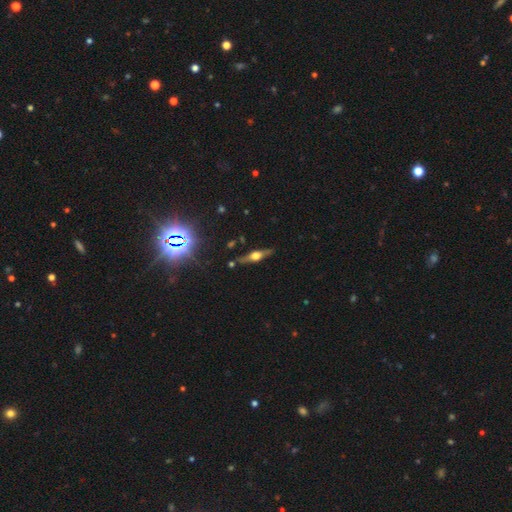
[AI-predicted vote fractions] The model was most divided on "smooth or featured": featured or disk: 72%, smooth: 19%, star or artifact: 9%. More confident: edge-on disk — yes (94%); edge-on bulge — rounded (93%); merging — none (84%).